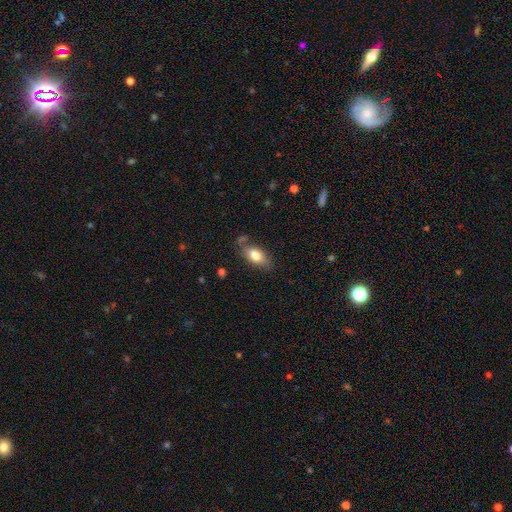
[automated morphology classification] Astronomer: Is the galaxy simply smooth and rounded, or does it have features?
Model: smooth — 78%.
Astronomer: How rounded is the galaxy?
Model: in between — 89%.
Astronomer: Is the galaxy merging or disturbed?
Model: none — 62%.